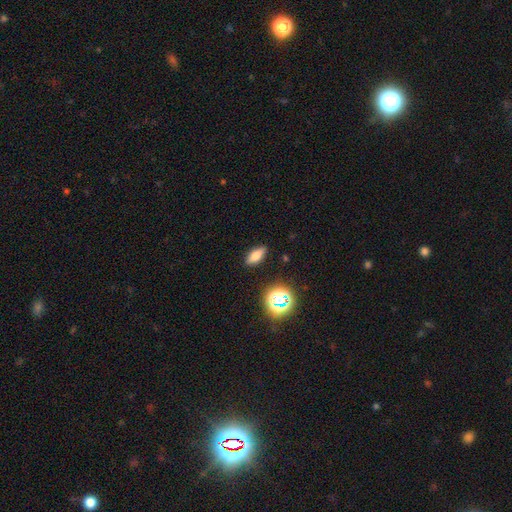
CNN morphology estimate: This appears to be a smooth galaxy with no disk features (70%) that is in between round and cigar-shaped (71%). Merging: none (87%).